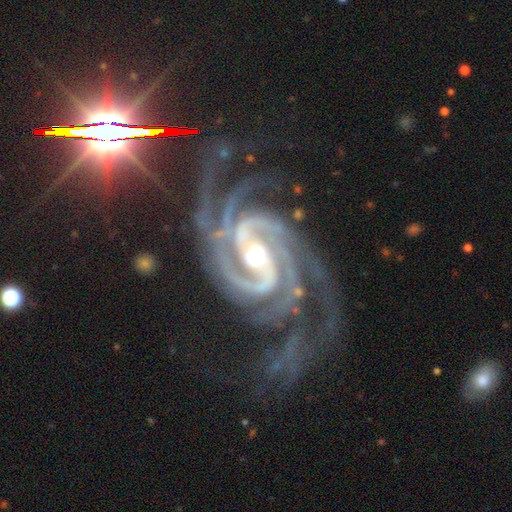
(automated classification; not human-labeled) featured or disk 93%, star or artifact 5%, smooth 2%. Down the decision tree: edge-on disk — no (98%); bar — strong (46%); spiral arms — yes (99%); spiral arm count — 3 (31%); spiral winding — tight (53%); bulge size — moderate (68%); merging — none (60%).